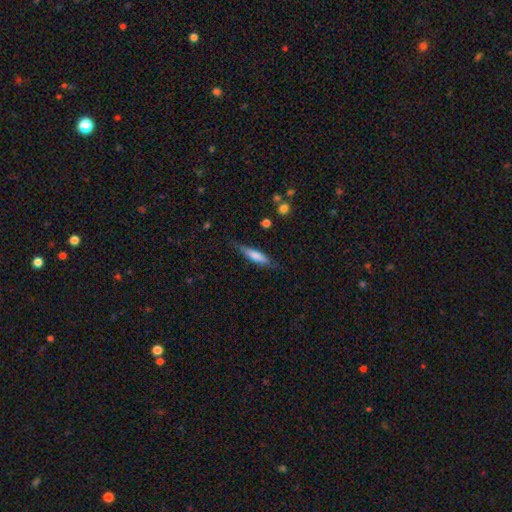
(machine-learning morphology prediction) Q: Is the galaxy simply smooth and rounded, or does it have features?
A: smooth — 69%.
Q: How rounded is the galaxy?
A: cigar-shaped — 77%.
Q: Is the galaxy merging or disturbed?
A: none — 74%.